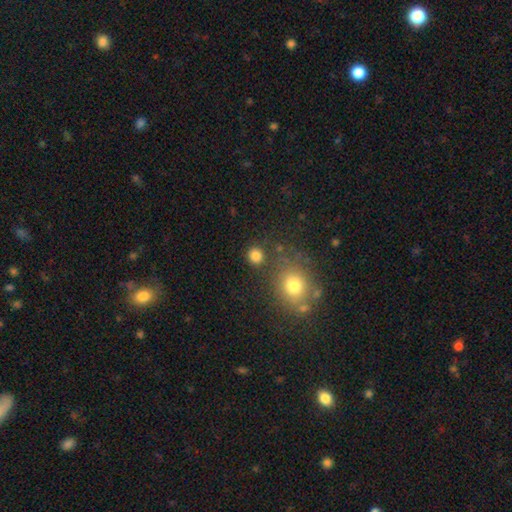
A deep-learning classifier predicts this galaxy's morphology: Smooth or featured?
  - smooth: 82% *
  - star or artifact: 13%
  - featured or disk: 5%
How rounded?
  - round: 88% *
  - in between: 11%
  - cigar-shaped: 1%
Merging?
  - none: 82% *
  - minor disturbance: 8%
  - merger: 6%
  - major disturbance: 4%